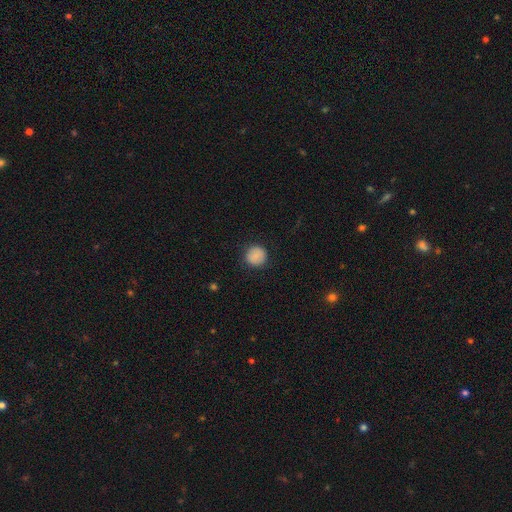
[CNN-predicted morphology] A smooth galaxy with no disk features (87%) that is round (93%). Merging: none (88%).